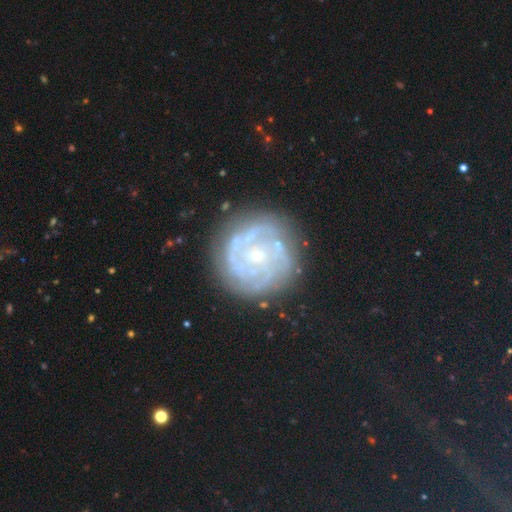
featured or disk 82%, smooth 18%, star or artifact 0%. Down the decision tree: edge-on disk — no (91%); bar — no (72%); spiral arms — yes (72%); spiral arm count — can't tell (52%); spiral winding — tight (67%); bulge size — small (66%); merging — none (72%).